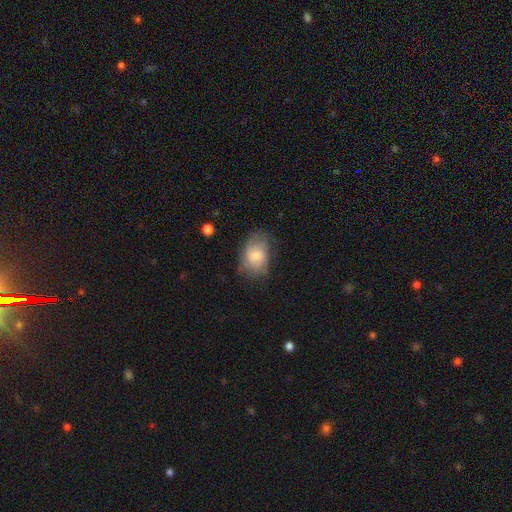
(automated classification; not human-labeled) A smooth galaxy with no disk features (65%) that is in between round and cigar-shaped (81%).

Vote fractions:
- Smooth or featured? smooth: 65% / featured or disk: 28% / star or artifact: 7%
- How rounded? in between: 81% / round: 18% / cigar-shaped: 1%
- Merging? none: 54% / minor disturbance: 31% / major disturbance: 13% / merger: 2%